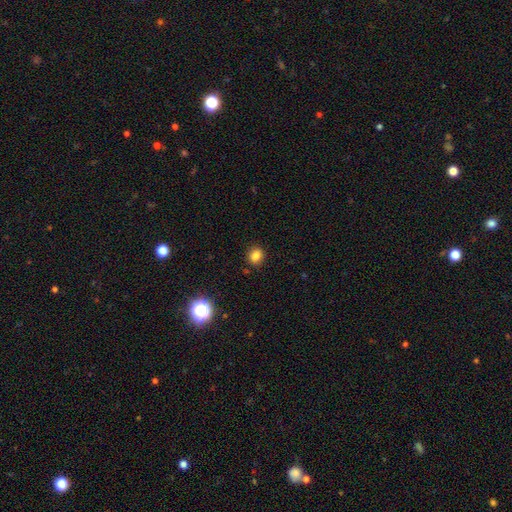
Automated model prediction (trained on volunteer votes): Q: Smooth or featured?
A: smooth (82%); runner-up: star or artifact (13%)
Q: How rounded?
A: round (64%); runner-up: in between (35%)
Q: Merging?
A: none (88%); runner-up: minor disturbance (8%)